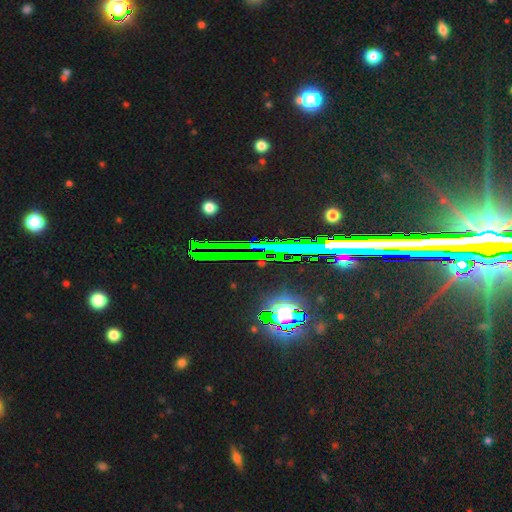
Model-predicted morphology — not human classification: Overall: star or artifact (80%).